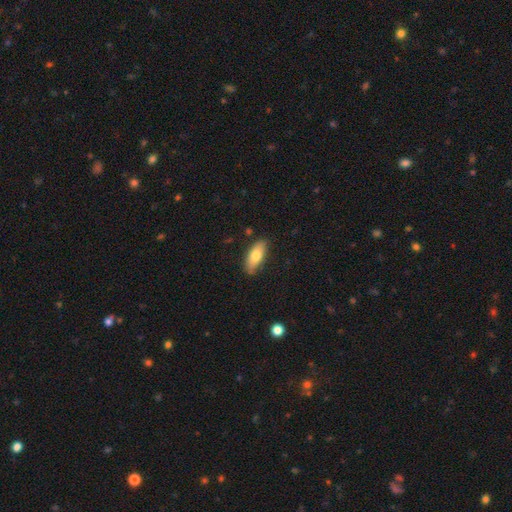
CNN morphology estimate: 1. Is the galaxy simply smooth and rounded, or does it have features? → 73% smooth, 21% featured or disk, 6% star or artifact.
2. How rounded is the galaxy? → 77% in between, 20% cigar-shaped, 3% round.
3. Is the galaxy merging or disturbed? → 84% none, 12% minor disturbance, 2% major disturbance, 1% merger.